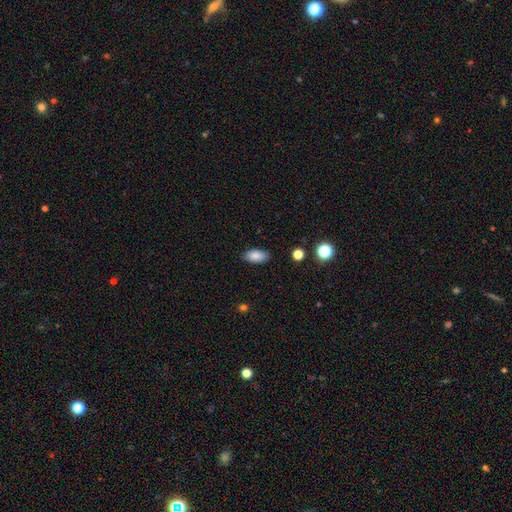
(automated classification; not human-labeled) Smooth or featured? Predicted: smooth (p=0.86). How rounded? Predicted: in between (p=0.92). Merging? Predicted: none (p=0.86).